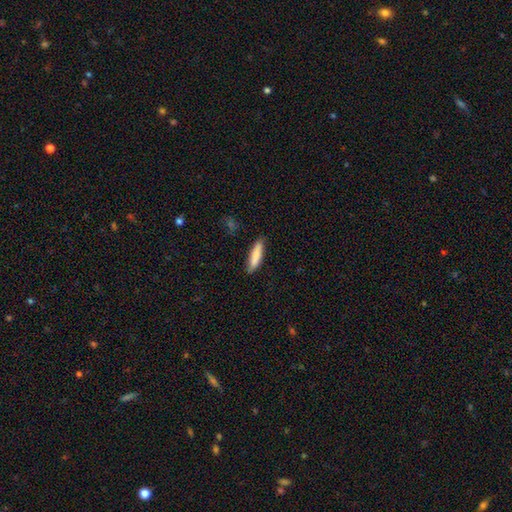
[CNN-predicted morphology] This appears to be a smooth galaxy with no disk features (83%) that is cigar-shaped (78%). Merging: none (84%).